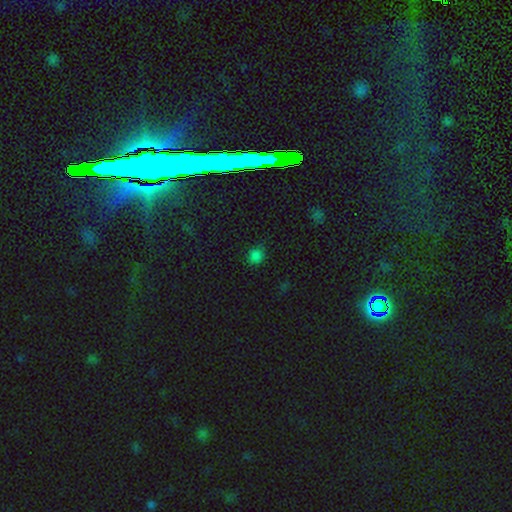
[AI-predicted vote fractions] smooth 77%, star or artifact 20%, featured or disk 3%. Down the decision tree: how rounded — round (83%); merging — none (81%).